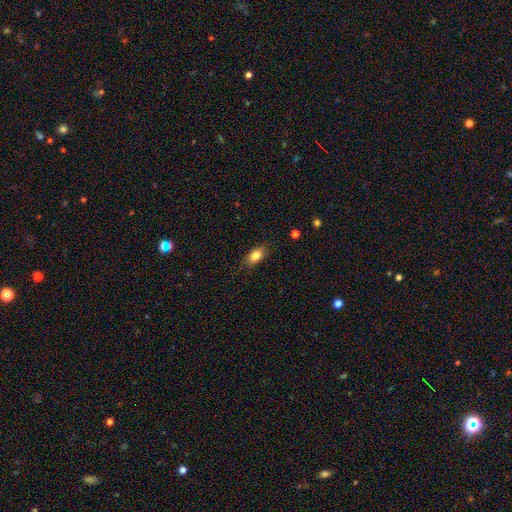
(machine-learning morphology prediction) This is clearly a smooth galaxy (83%). How rounded: clearly in between (87%). Merging: clearly none (84%).